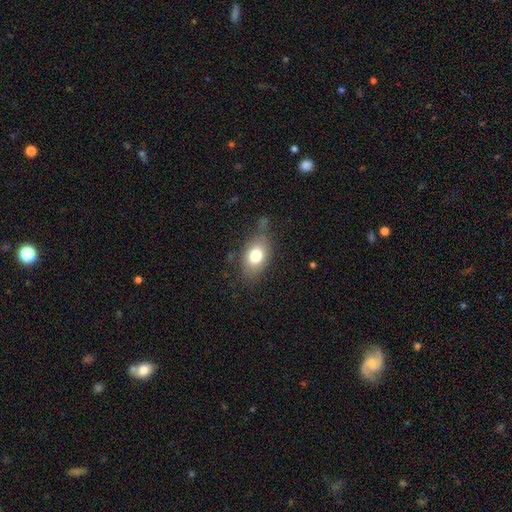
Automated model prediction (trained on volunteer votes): Smooth or featured? Predicted: smooth (p=0.76). How rounded? Predicted: in between (p=0.84). Merging? Predicted: none (p=0.68).